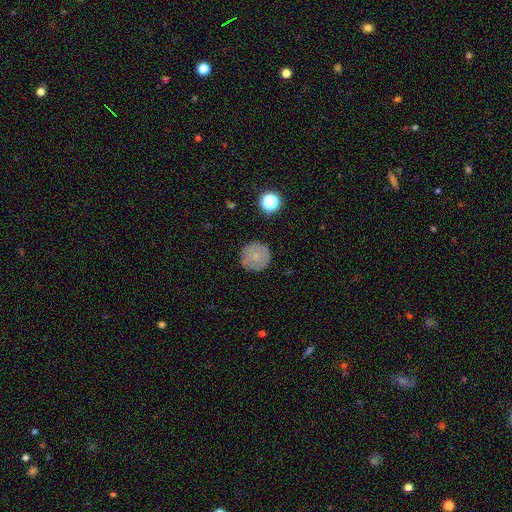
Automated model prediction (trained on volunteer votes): Smooth or featured?
  - smooth: 69% *
  - featured or disk: 22%
  - star or artifact: 10%
How rounded?
  - round: 95% *
  - in between: 4%
  - cigar-shaped: 1%
Merging?
  - none: 83% *
  - minor disturbance: 12%
  - major disturbance: 3%
  - merger: 2%